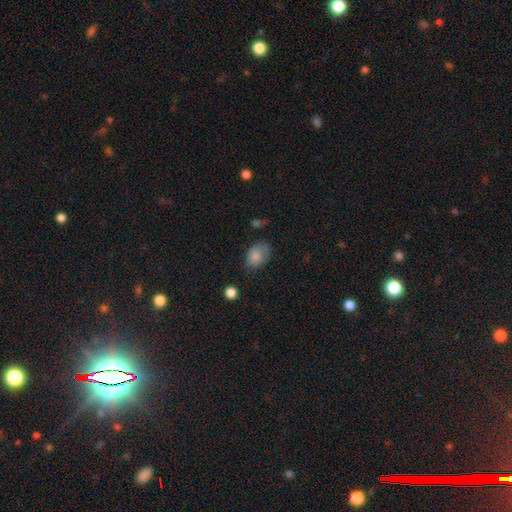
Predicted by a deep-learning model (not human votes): The model was most divided on "merging": none: 53%, minor disturbance: 33%, major disturbance: 12%, merger: 3%. More confident: smooth or featured — smooth (82%); how rounded — in between (81%).